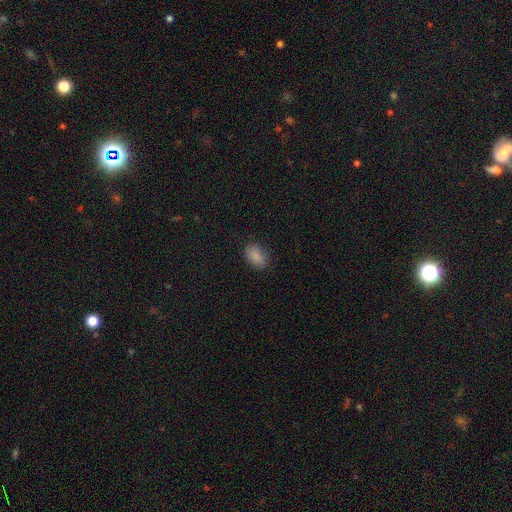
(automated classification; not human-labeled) smooth 86%, star or artifact 8%, featured or disk 6%. Down the decision tree: how rounded — in between (86%); merging — none (81%).